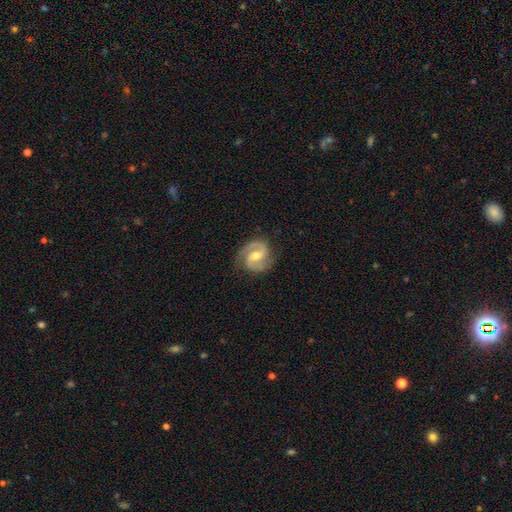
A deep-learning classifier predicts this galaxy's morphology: Smooth or featured?
  - featured or disk: 89% *
  - smooth: 7%
  - star or artifact: 4%
Edge-on disk?
  - no: 98% *
  - yes: 2%
Bar?
  - weak: 51% *
  - no: 27%
  - strong: 23%
Spiral arms?
  - yes: 97% *
  - no: 3%
Spiral winding?
  - medium: 57% *
  - tight: 27%
  - loose: 16%
Spiral arm count?
  - 2: 92% *
  - can't tell: 2%
  - 1: 2%
  - 3: 1%
  - 4: 1%
  - more than 4: 1%
Bulge size?
  - moderate: 66% *
  - small: 30%
  - large: 3%
  - none: 1%
  - dominant: 1%
Merging?
  - none: 82% *
  - minor disturbance: 13%
  - major disturbance: 4%
  - merger: 1%